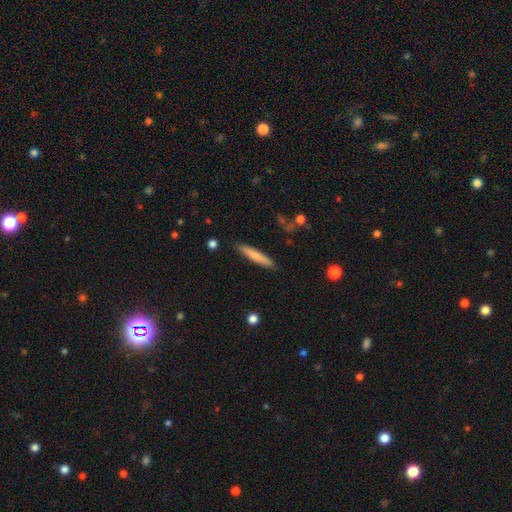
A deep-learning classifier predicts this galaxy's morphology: A smooth galaxy with no disk features (76%) that is cigar-shaped (91%). Merging: none (88%).